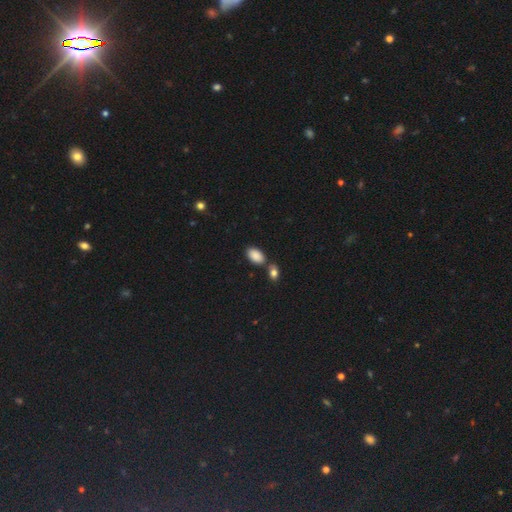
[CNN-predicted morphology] This appears to be a smooth galaxy with no disk features (88%) that is in between round and cigar-shaped (93%). Merging: none (66%).